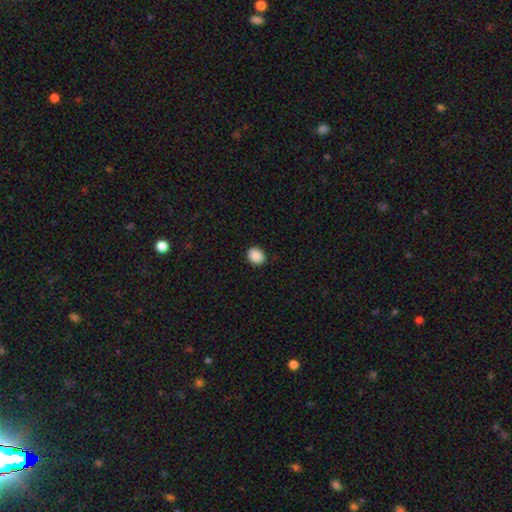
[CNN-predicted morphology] type=smooth (90%); roundness=round (57%); merging=none (90%).